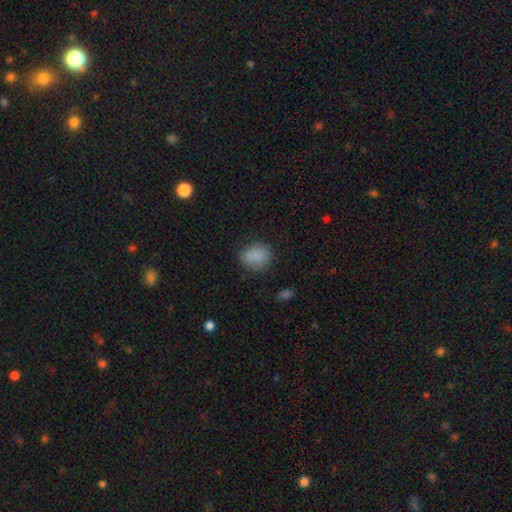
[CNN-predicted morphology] A smooth galaxy with no disk features (85%) that is round (53%). Merging: none (77%).